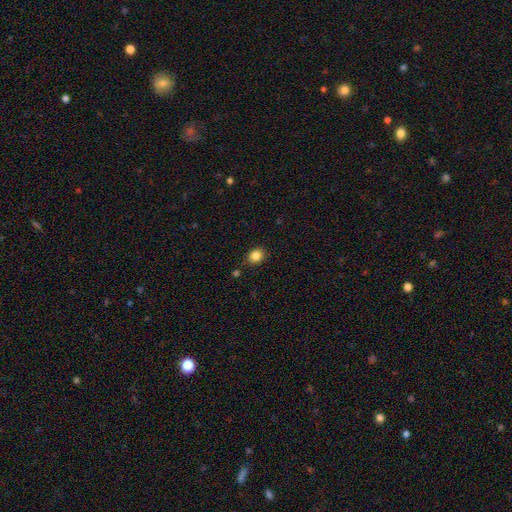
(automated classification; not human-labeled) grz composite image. It shows a smooth galaxy with no disk features (84%) that is round (67%). Merging: none (85%).